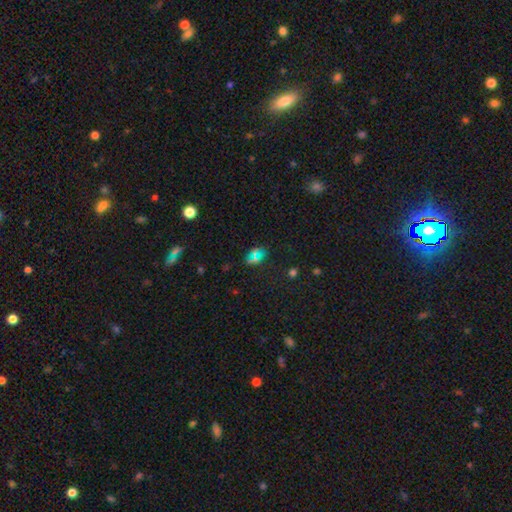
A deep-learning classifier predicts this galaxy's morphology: Smooth or featured: smooth — 49% (star or artifact — 40%)
Merging: none — 75% (minor disturbance — 12%)